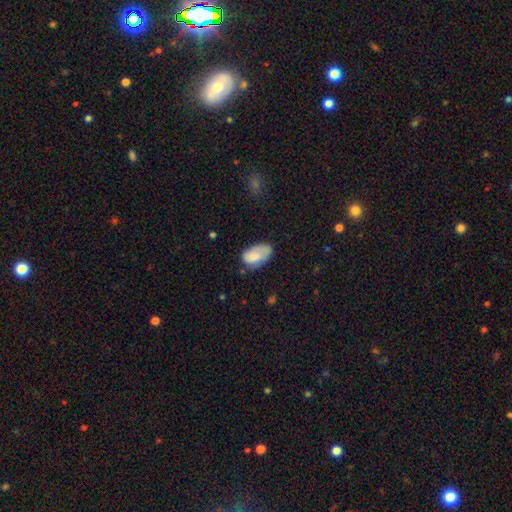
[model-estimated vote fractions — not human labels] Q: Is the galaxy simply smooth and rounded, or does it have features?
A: smooth — 73%.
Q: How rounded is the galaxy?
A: in between — 93%.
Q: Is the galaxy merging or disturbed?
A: none — 53%.